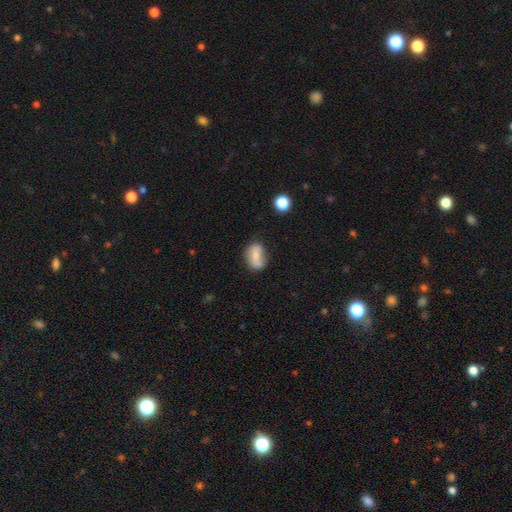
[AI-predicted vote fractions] smooth-or-featured: smooth: 64% | featured or disk: 28% | star or artifact: 9%
  how-rounded: in between: 76% | round: 22% | cigar-shaped: 2%
  merging: none: 54% | minor disturbance: 27% | major disturbance: 10% | merger: 8%